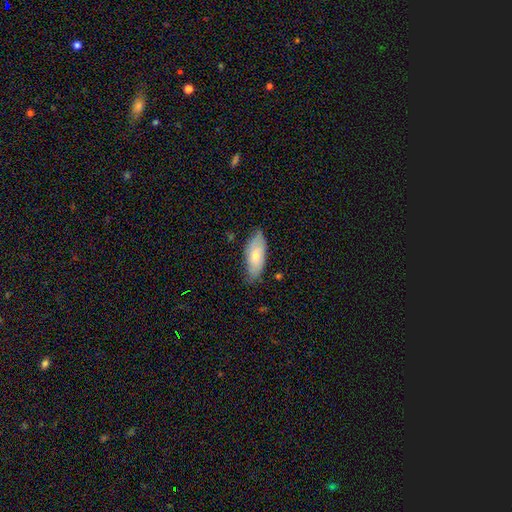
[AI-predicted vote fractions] Overall: smooth (66%; featured or disk 28%). How rounded: in between (83%). Merging: none (70%).